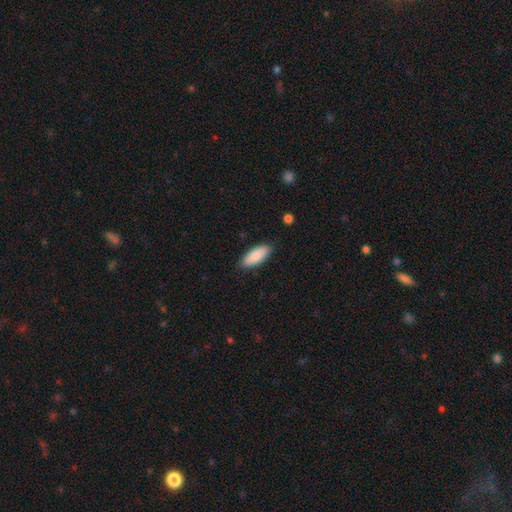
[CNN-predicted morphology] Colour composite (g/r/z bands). It shows a smooth galaxy with no disk features (88%) that is in between round and cigar-shaped (81%). Merging: none (86%).